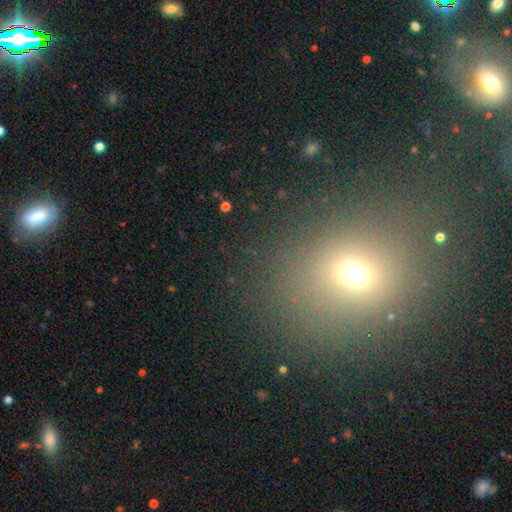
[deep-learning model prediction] This is possibly a smooth galaxy (51%). How rounded: likely round (64%). Merging: likely none (80%).